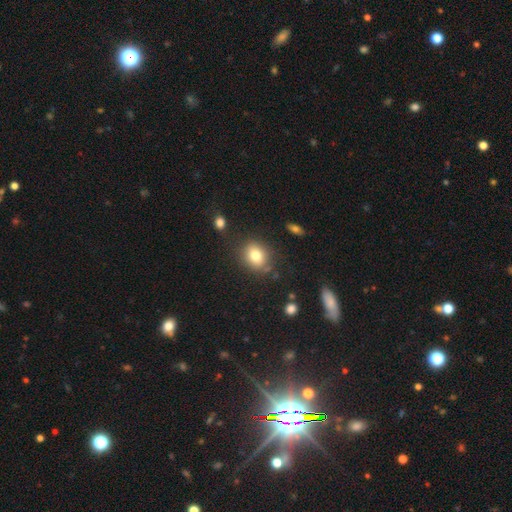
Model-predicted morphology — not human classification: A smooth galaxy with no disk features (79%) that is round (55%). Merging: none (78%).